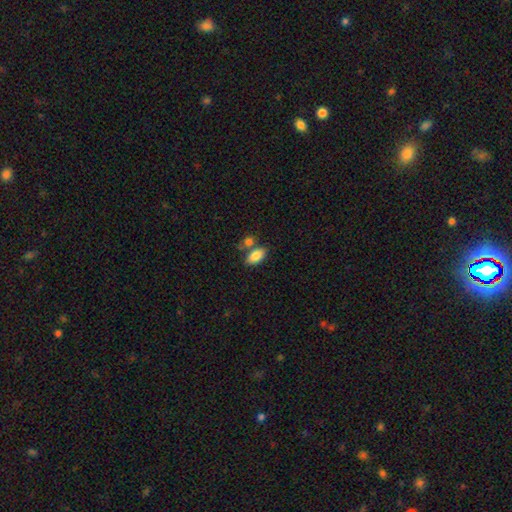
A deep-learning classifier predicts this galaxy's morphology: smooth_or_featured: smooth (p=0.84) [alt: featured or disk p=0.09]
how_rounded: in between (p=0.92) [alt: round p=0.05]
merging: none (p=0.55) [alt: merger p=0.27]